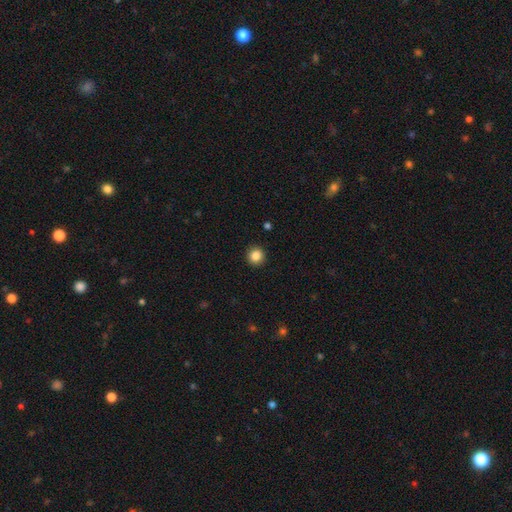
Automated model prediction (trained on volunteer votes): A smooth galaxy with no disk features (86%) that is round (94%). Merging: none (93%).